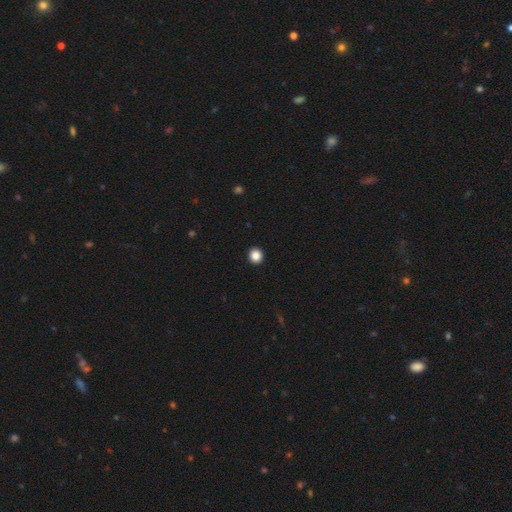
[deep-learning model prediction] smooth-or-featured: smooth: 87% | star or artifact: 10% | featured or disk: 3%
  how-rounded: round: 92% | in between: 7% | cigar-shaped: 1%
  merging: none: 94% | minor disturbance: 4% | major disturbance: 1% | merger: 1%